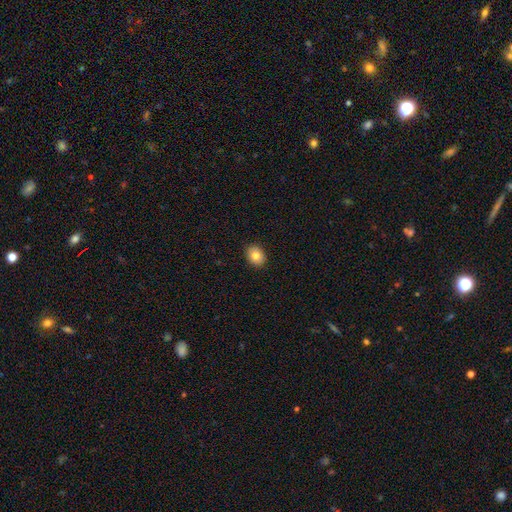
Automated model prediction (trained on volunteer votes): Smooth or featured?
  - smooth: 81% *
  - featured or disk: 10%
  - star or artifact: 8%
How rounded?
  - in between: 53% *
  - round: 46%
  - cigar-shaped: 1%
Merging?
  - none: 91% *
  - minor disturbance: 7%
  - major disturbance: 2%
  - merger: 1%